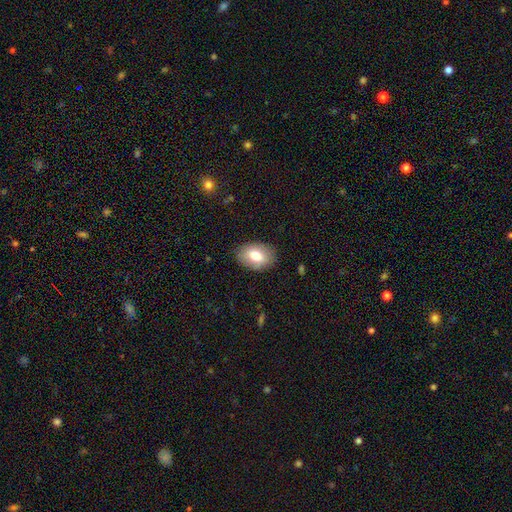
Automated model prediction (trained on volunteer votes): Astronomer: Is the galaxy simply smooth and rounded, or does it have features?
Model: smooth — 77%.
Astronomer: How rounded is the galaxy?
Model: in between — 84%.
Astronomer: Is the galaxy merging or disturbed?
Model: none — 86%.